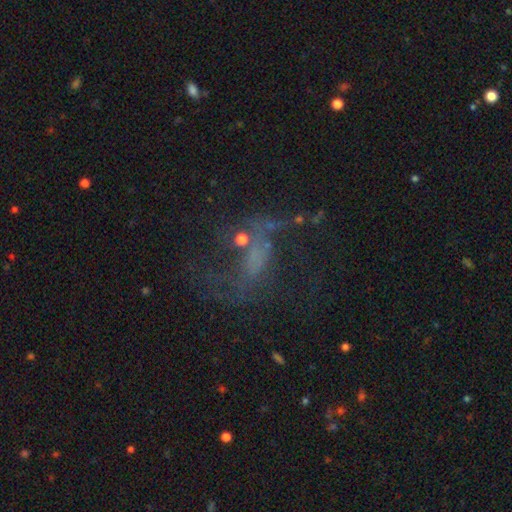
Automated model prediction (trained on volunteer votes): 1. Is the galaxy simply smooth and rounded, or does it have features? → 63% featured or disk, 21% star or artifact, 16% smooth.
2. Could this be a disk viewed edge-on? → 96% no, 4% yes.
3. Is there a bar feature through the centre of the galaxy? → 53% no, 34% weak, 13% strong.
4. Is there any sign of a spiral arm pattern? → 65% yes, 35% no.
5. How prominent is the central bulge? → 45% none, 32% small, 17% moderate, 4% large, 2% dominant.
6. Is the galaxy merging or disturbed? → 47% none, 32% major disturbance, 16% minor disturbance, 6% merger.